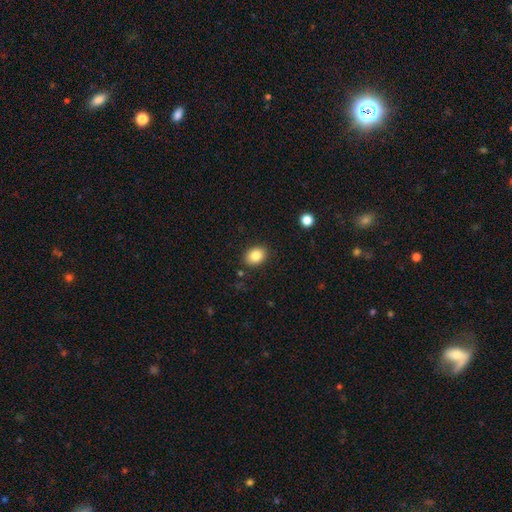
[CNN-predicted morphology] smooth_or_featured: smooth (p=0.85) [alt: star or artifact p=0.09]
how_rounded: in between (p=0.61) [alt: round p=0.38]
merging: none (p=0.88) [alt: minor disturbance p=0.08]